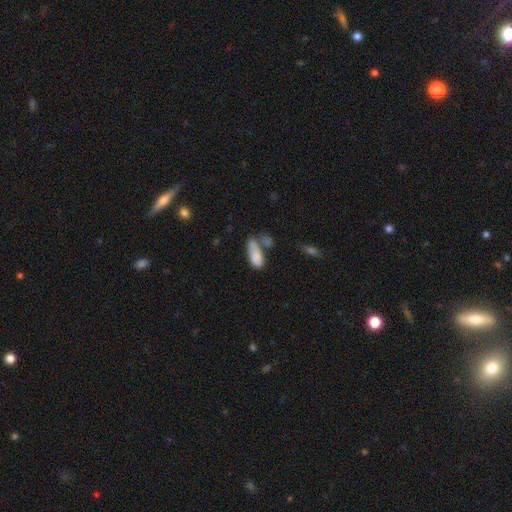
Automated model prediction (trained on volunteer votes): smooth_or_featured: smooth (p=0.83) [alt: featured or disk p=0.10]
how_rounded: in between (p=0.78) [alt: cigar-shaped p=0.19]
merging: none (p=0.36) [alt: merger p=0.33]